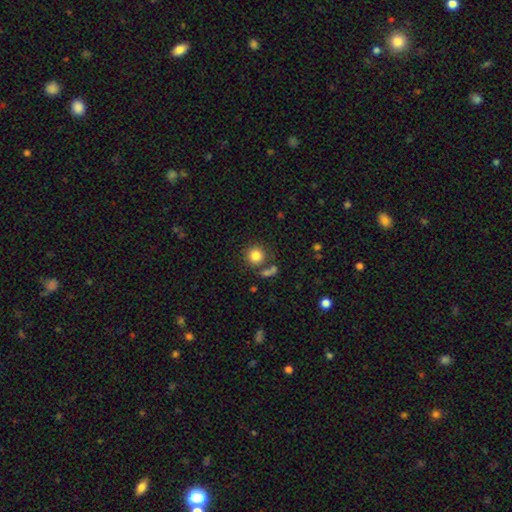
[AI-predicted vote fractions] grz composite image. It shows a smooth galaxy with no disk features (83%) that is round (91%). Merging: none (73%).